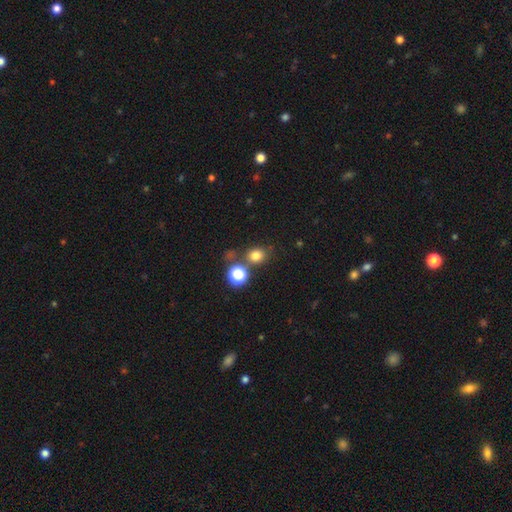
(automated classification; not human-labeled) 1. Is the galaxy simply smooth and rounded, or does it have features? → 77% smooth, 17% star or artifact, 7% featured or disk.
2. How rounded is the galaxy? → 71% round, 28% in between, 1% cigar-shaped.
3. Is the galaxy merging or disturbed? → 69% none, 15% merger, 11% minor disturbance, 5% major disturbance.